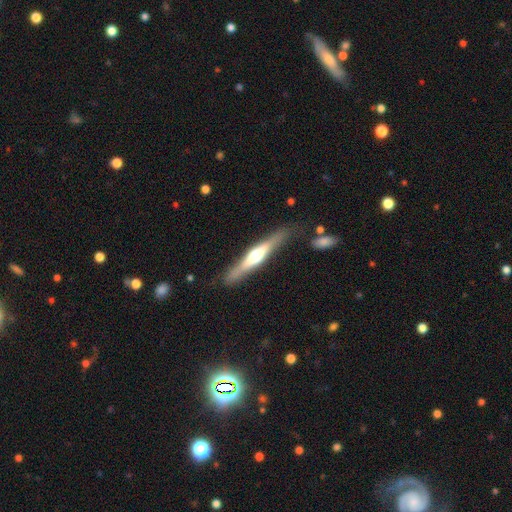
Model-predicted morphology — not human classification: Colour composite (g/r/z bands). It shows a featured or disk galaxy (65%) viewed edge-on (95%) with a rounded central bulge (86%). Merging: none (83%).